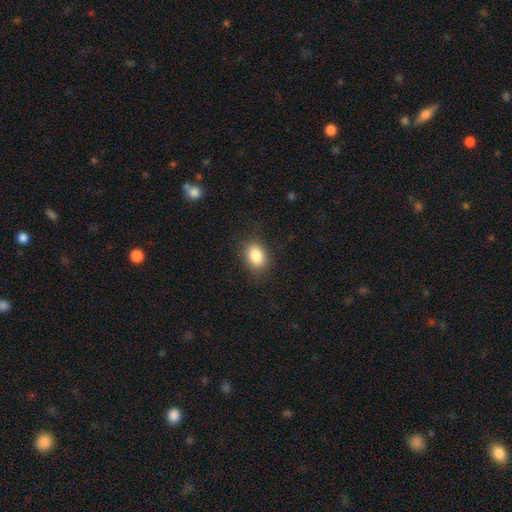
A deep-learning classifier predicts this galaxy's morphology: This appears to be a smooth galaxy with no disk features (85%) that is in between round and cigar-shaped (72%). Merging: none (85%).